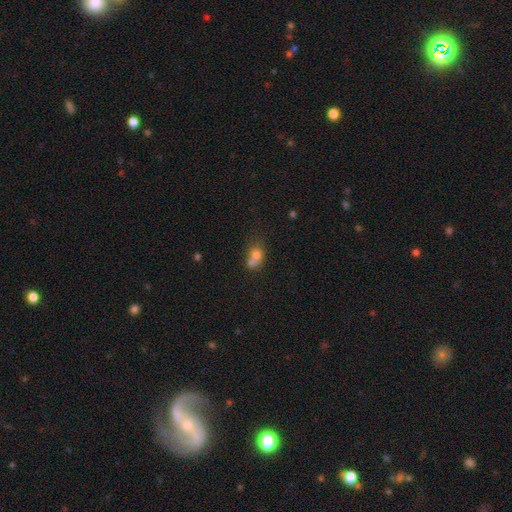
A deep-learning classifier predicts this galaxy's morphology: A smooth galaxy with no disk features (72%) that is round (51%). Merging: merger (55%).